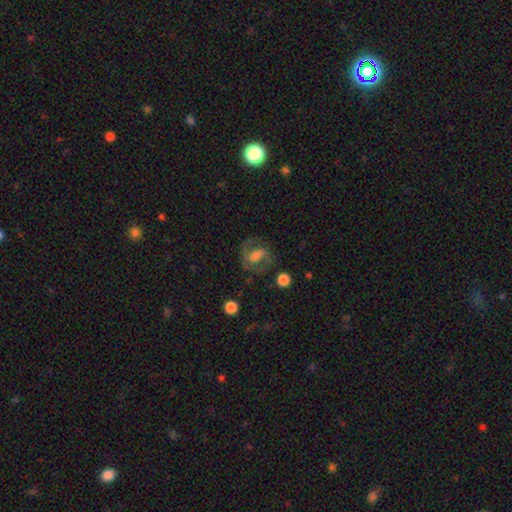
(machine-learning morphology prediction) Overall: featured or disk (64%; smooth 27%). Edge-on disk: no (96%). Bar: weak (41%; no 30%). Spiral arms: yes (81%). Bulge size: moderate (41%; small 31%). Merging: none (63%).